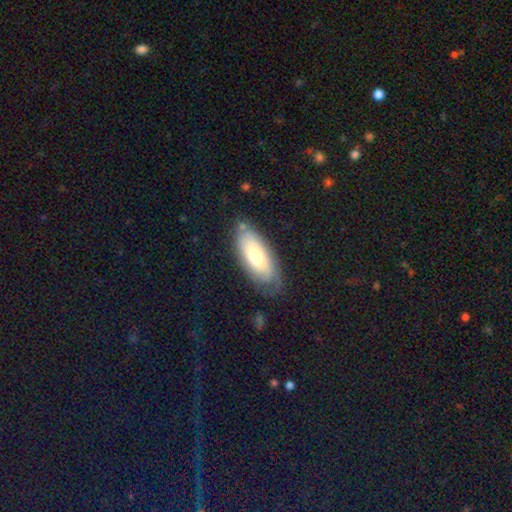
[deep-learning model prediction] A smooth galaxy with no disk features (58%) that is in between round and cigar-shaped (83%).

Vote fractions:
- Smooth or featured? smooth: 58% / featured or disk: 35% / star or artifact: 6%
- How rounded? in between: 83% / cigar-shaped: 15% / round: 2%
- Merging? none: 69% / minor disturbance: 22% / major disturbance: 7% / merger: 3%